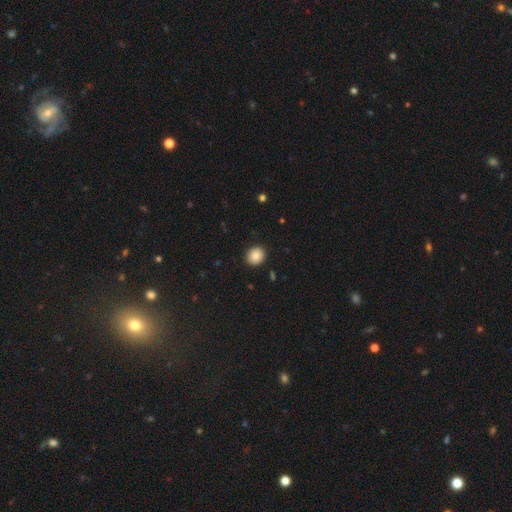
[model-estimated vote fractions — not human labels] A smooth galaxy with no disk features (84%) that is round (83%). Merging: none (91%).